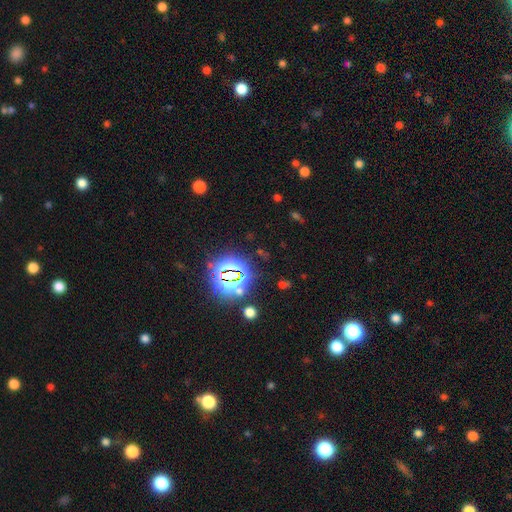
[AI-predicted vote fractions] Overall: star or artifact (79%).